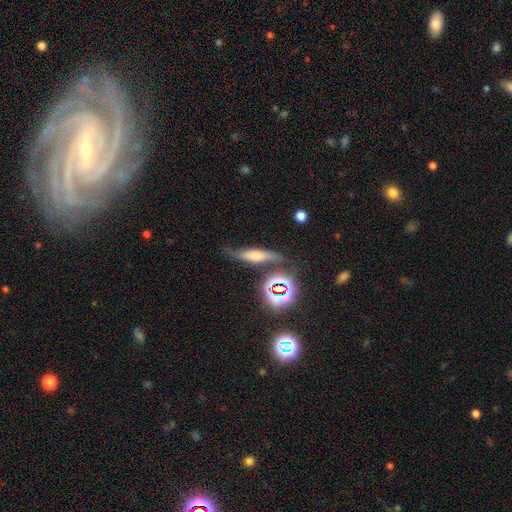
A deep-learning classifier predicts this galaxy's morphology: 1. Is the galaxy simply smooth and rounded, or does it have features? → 43% featured or disk, 39% smooth, 19% star or artifact.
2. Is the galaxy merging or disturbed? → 64% none, 22% minor disturbance, 8% major disturbance, 6% merger.